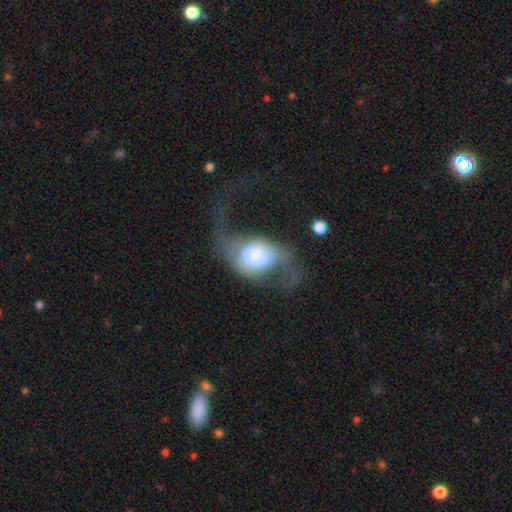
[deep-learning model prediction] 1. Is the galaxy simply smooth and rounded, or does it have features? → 51% featured or disk, 42% smooth, 7% star or artifact.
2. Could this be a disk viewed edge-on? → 91% no, 9% yes.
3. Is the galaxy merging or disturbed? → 56% major disturbance, 23% none, 15% minor disturbance, 6% merger.